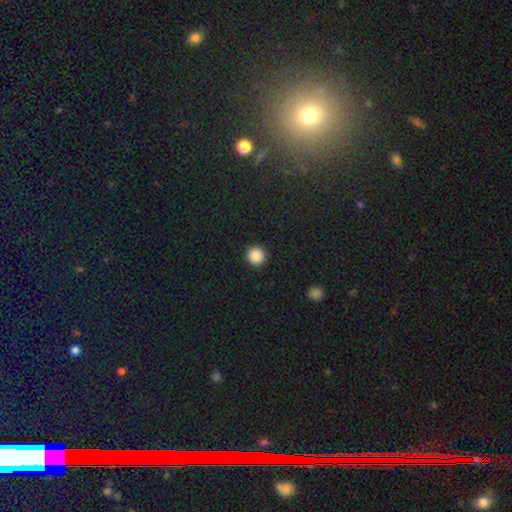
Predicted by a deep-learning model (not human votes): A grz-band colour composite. It shows a smooth galaxy with no disk features (88%) that is round (96%). Merging: none (93%).